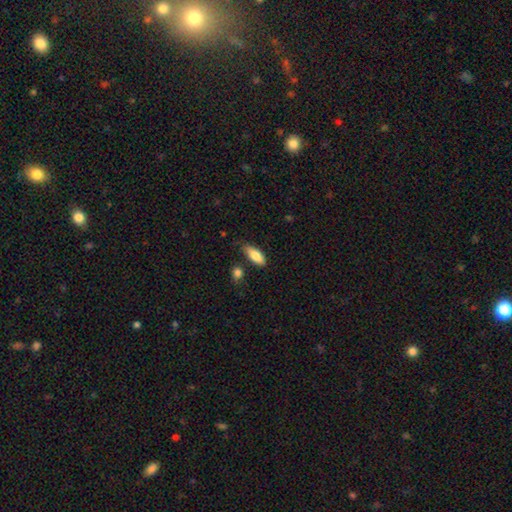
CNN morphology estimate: This is likely a smooth galaxy (79%). How rounded: likely in between (70%). Merging: likely none (71%).